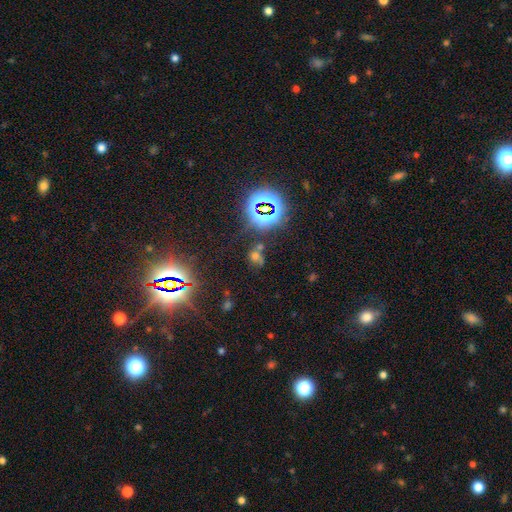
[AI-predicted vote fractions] This is possibly a star or artifact rather than a galaxy (52%).